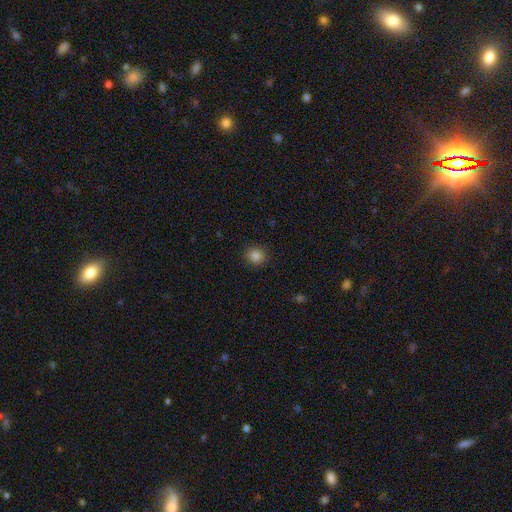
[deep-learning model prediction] A smooth galaxy with no disk features (85%) that is round (86%).

Vote fractions:
- Smooth or featured? smooth: 85% / star or artifact: 11% / featured or disk: 4%
- How rounded? round: 86% / in between: 13% / cigar-shaped: 1%
- Merging? none: 90% / minor disturbance: 7% / major disturbance: 2% / merger: 1%